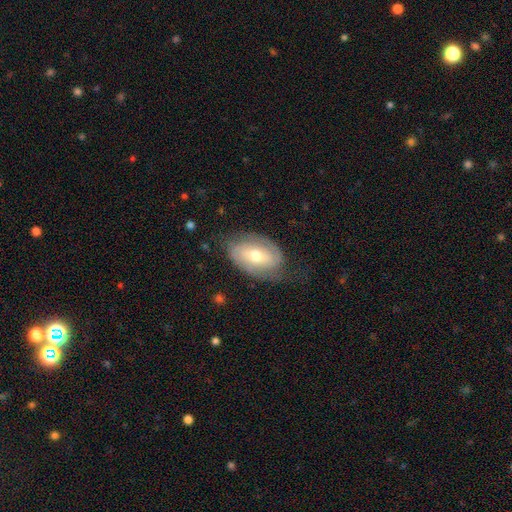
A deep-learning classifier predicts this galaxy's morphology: Q: Smooth or featured?
A: featured or disk (67%); runner-up: smooth (27%)
Q: Edge-on disk?
A: no (94%); runner-up: yes (6%)
Q: Bar?
A: no (46%); runner-up: weak (37%)
Q: Spiral arms?
A: yes (84%); runner-up: no (16%)
Q: Spiral winding?
A: tight (46%); runner-up: medium (36%)
Q: Spiral arm count?
A: 2 (67%); runner-up: can't tell (20%)
Q: Bulge size?
A: moderate (66%); runner-up: small (27%)
Q: Merging?
A: none (65%); runner-up: minor disturbance (22%)